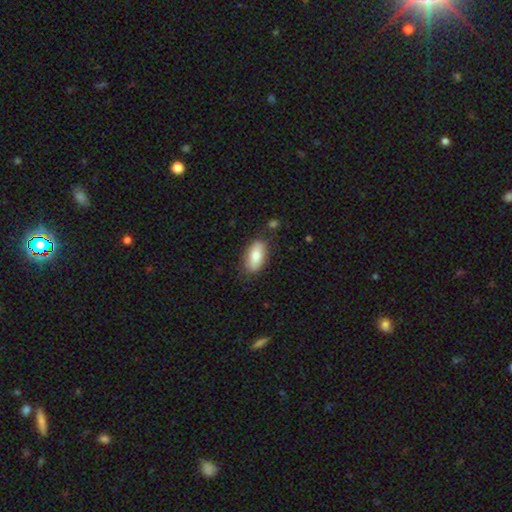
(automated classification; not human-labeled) This is clearly a smooth galaxy (80%). How rounded: clearly in between (89%). Merging: clearly none (80%).